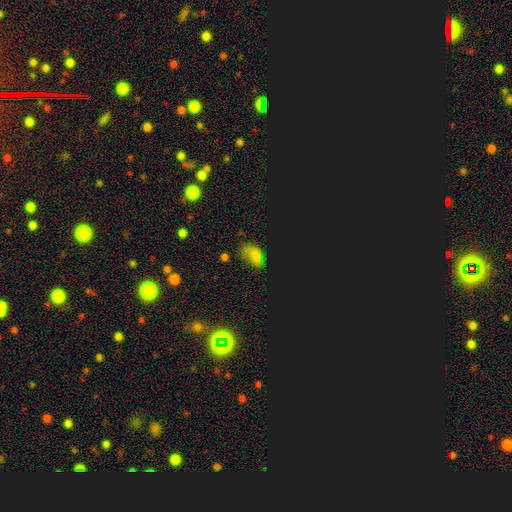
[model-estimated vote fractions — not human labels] Smooth or featured? Predicted: star or artifact (p=0.46).